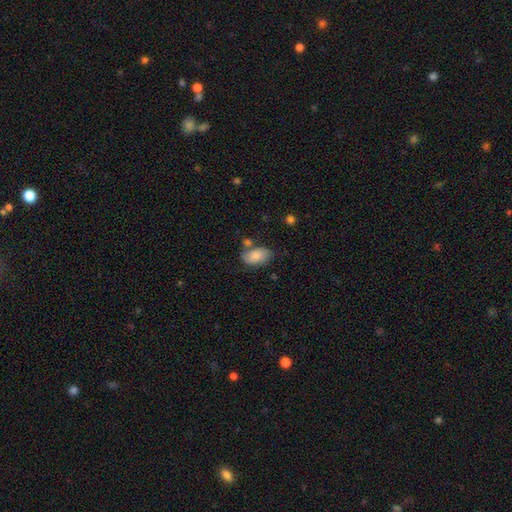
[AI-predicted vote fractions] This appears to be a smooth galaxy with no disk features (77%) that is in between round and cigar-shaped (92%). Merging: none (58%).